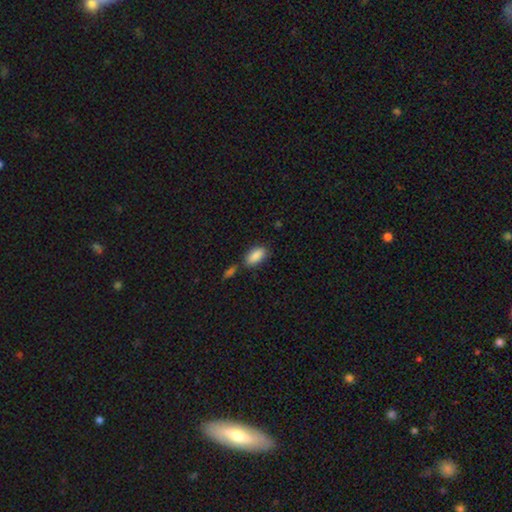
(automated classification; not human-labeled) A smooth galaxy with no disk features (88%) that is in between round and cigar-shaped (91%). Merging: none (66%).